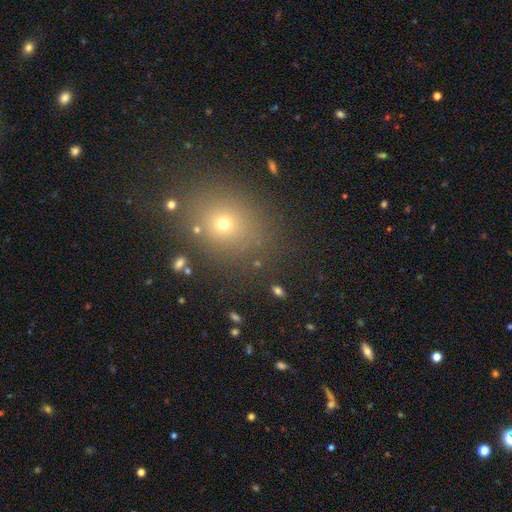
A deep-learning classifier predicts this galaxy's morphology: Overall: smooth (58%; star or artifact 31%). How rounded: round (59%; in between 39%). Merging: none (84%).